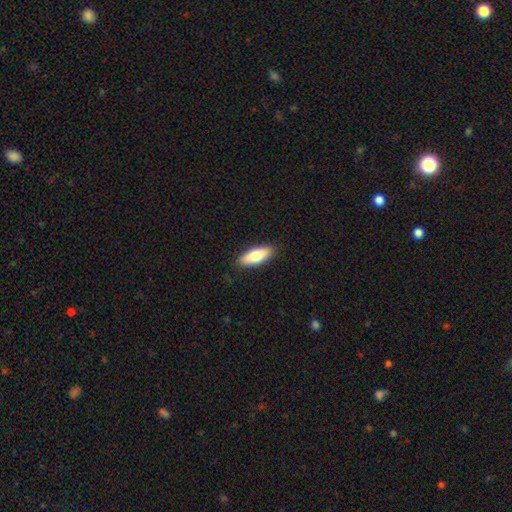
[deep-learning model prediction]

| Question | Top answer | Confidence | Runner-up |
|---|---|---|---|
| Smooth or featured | smooth | 73% | featured or disk (21%) |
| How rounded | in between | 62% | cigar-shaped (36%) |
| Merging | none | 90% | minor disturbance (8%) |